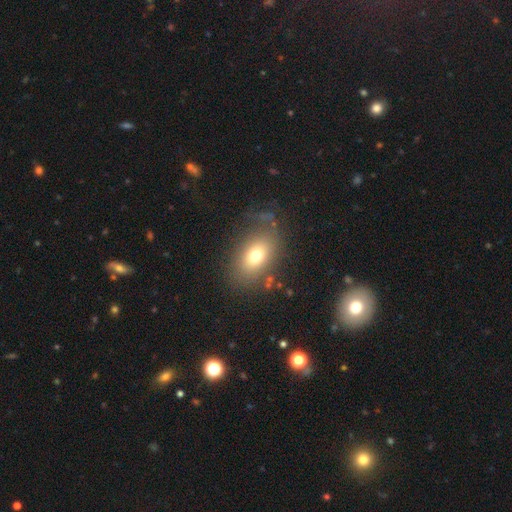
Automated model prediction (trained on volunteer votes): Q: Smooth or featured?
A: smooth (73%); runner-up: featured or disk (17%)
Q: How rounded?
A: in between (82%); runner-up: round (17%)
Q: Merging?
A: none (69%); runner-up: minor disturbance (16%)